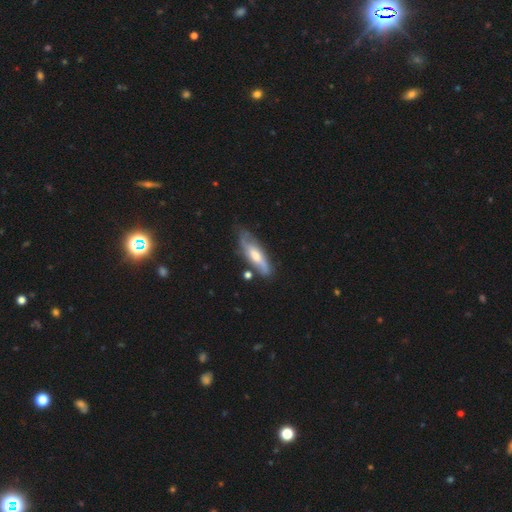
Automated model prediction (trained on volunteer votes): Morphology: type=featured or disk (61%); edge-on=no (67%); merging=none (63%).